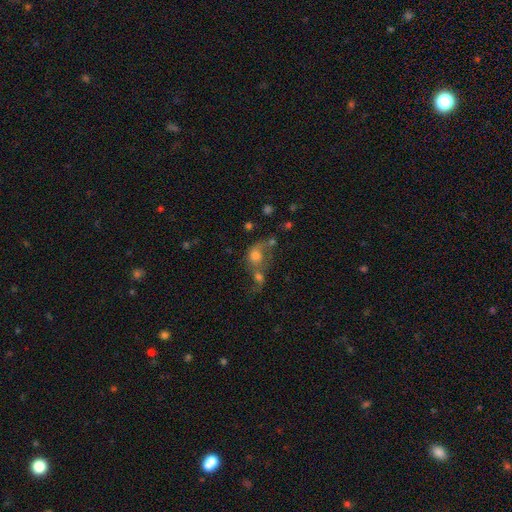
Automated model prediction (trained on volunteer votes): smooth_or_featured: smooth (p=0.58) [alt: featured or disk p=0.29]
how_rounded: round (p=0.56) [alt: in between p=0.43]
merging: merger (p=0.66) [alt: major disturbance p=0.14]